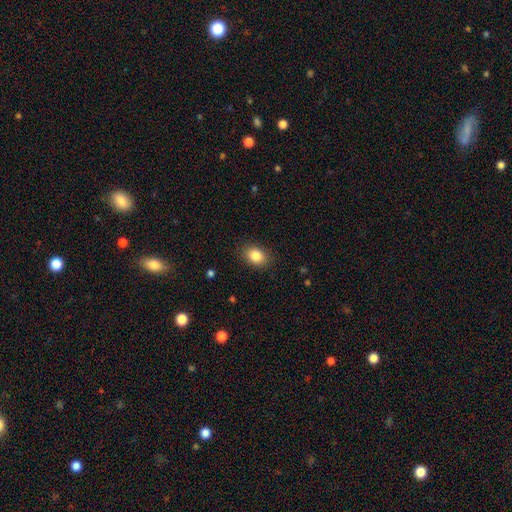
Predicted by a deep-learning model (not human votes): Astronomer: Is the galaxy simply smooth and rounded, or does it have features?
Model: smooth — 85%.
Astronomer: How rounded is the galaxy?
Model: in between — 71%.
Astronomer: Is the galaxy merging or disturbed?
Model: none — 87%.